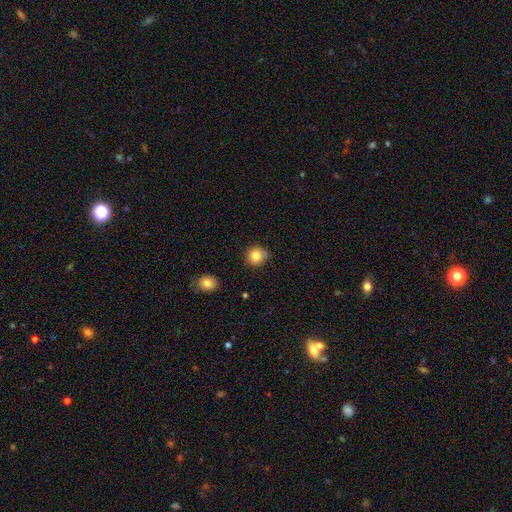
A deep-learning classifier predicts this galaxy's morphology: The model was most divided on "merging": none: 83%, minor disturbance: 13%, major disturbance: 2%, merger: 2%. More confident: how rounded — round (86%); smooth or featured — smooth (83%).